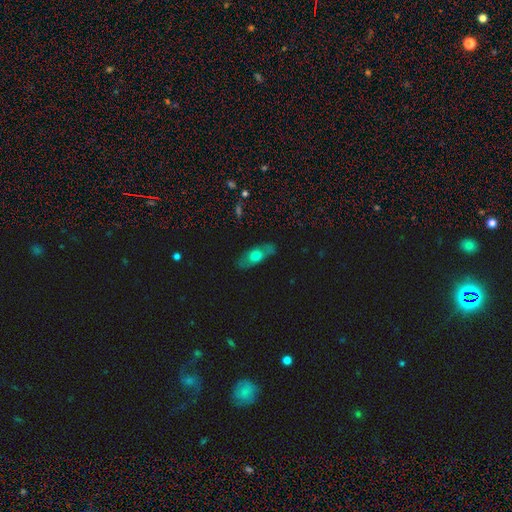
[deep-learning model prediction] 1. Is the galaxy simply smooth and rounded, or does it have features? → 50% smooth, 41% featured or disk, 8% star or artifact.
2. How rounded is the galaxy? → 72% in between, 21% cigar-shaped, 7% round.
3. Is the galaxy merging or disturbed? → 78% none, 16% minor disturbance, 4% major disturbance, 2% merger.